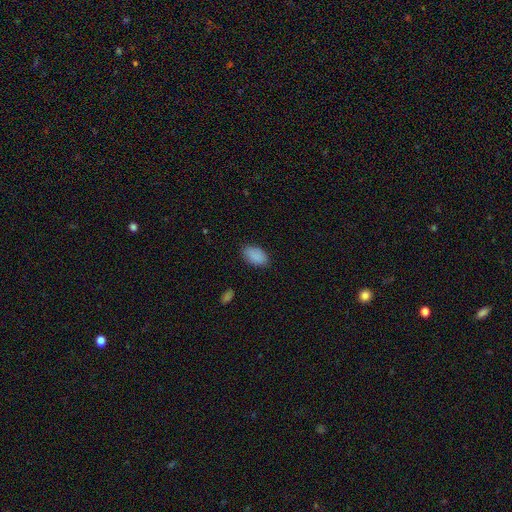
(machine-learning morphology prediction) smooth 89%, star or artifact 8%, featured or disk 4%. Down the decision tree: how rounded — in between (93%); merging — none (85%).